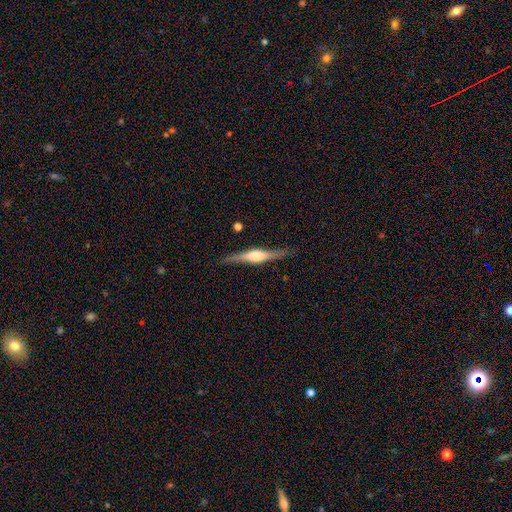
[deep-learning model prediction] The model was most divided on "smooth or featured": featured or disk: 74%, smooth: 21%, star or artifact: 6%. More confident: edge-on disk — yes (97%); merging — none (86%); edge-on bulge — rounded (80%).